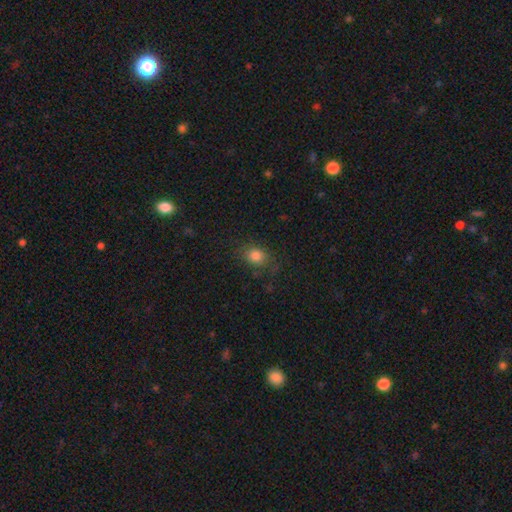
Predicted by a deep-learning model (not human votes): Overall: smooth (81%). How rounded: round (52%; in between 47%). Merging: none (76%).